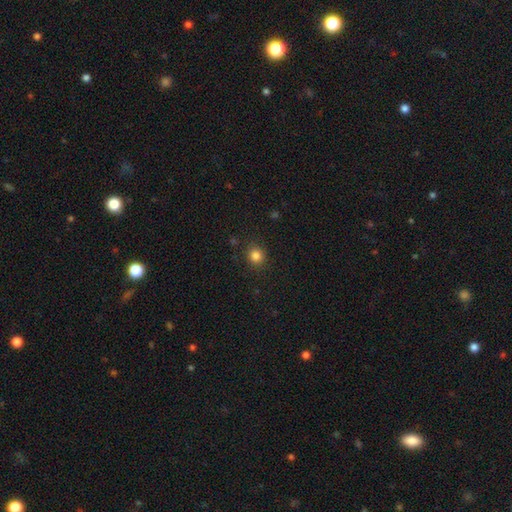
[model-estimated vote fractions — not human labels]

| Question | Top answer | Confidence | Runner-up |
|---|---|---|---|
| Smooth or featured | smooth | 84% | star or artifact (12%) |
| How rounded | round | 85% | in between (14%) |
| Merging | none | 89% | minor disturbance (8%) |